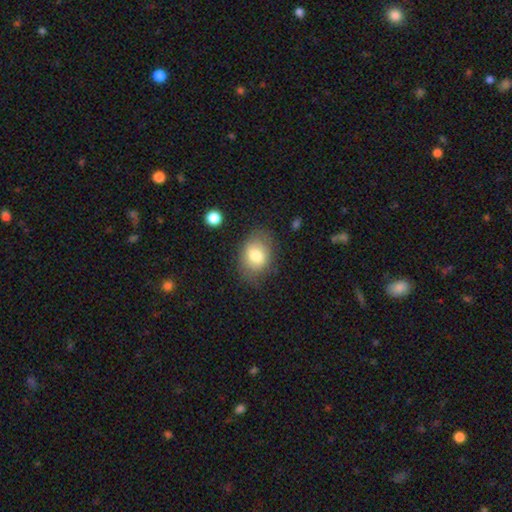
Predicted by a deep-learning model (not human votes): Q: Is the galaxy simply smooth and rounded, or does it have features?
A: smooth — 75%.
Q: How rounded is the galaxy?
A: in between — 65%.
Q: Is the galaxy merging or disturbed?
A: none — 72%.